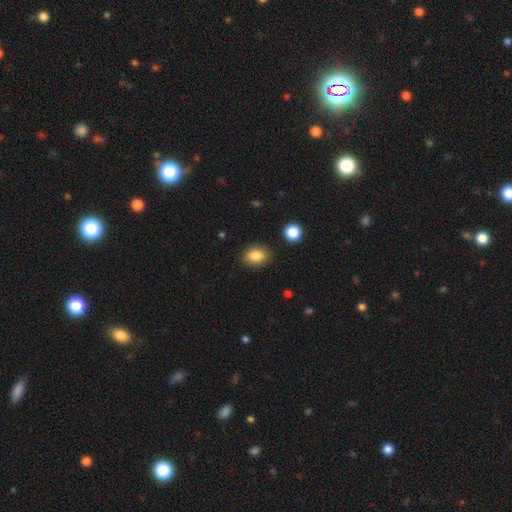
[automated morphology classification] Smooth or featured: smooth — 86% (star or artifact — 9%)
How rounded: in between — 71% (round — 28%)
Merging: none — 86% (minor disturbance — 9%)